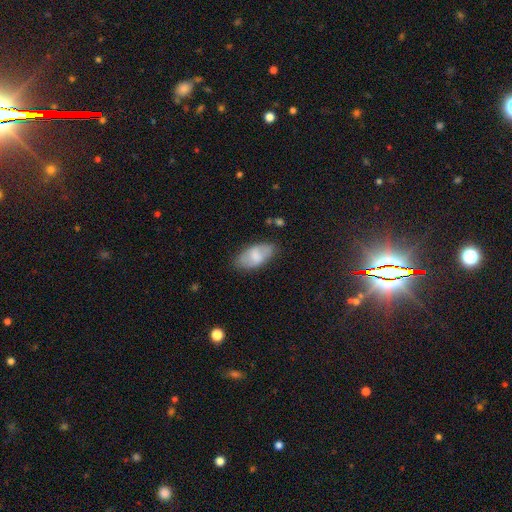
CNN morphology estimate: Smooth or featured? smooth (69%)
How rounded? in between (93%)
Merging? none (71%)